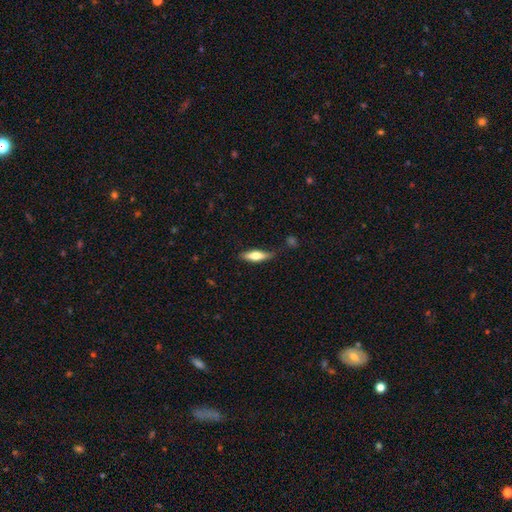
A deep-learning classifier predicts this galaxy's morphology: This is likely a smooth galaxy (62%). How rounded: possibly cigar-shaped (57%). Merging: likely none (75%).